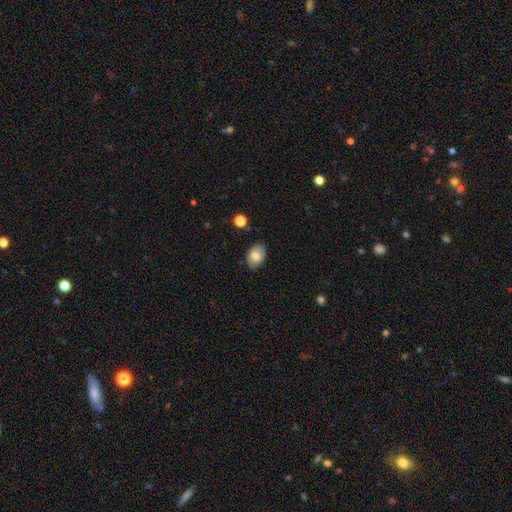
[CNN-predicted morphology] smooth 81%, featured or disk 11%, star or artifact 8%. Down the decision tree: how rounded — in between (83%); merging — none (82%).